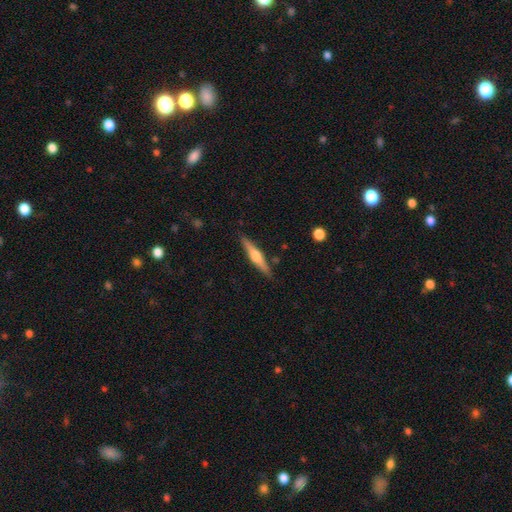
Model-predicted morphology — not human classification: smooth-or-featured: featured or disk: 64% | smooth: 31% | star or artifact: 6%
  disk-edge-on: yes: 97% | no: 3%
    edge-on-bulge: rounded: 89% | boxy: 7% | none: 4%
  merging: none: 89% | minor disturbance: 8% | merger: 2% | major disturbance: 2%